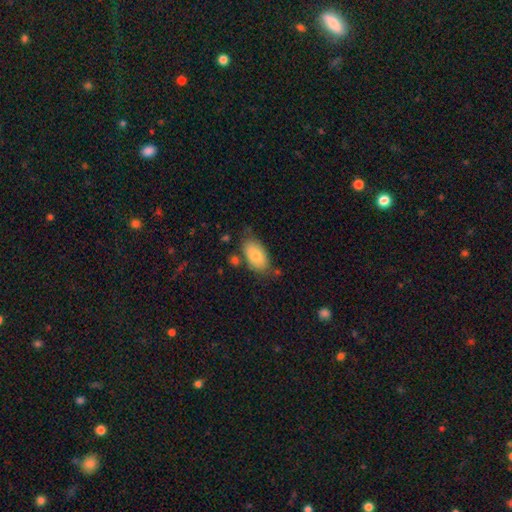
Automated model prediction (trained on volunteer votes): The model was most divided on "merging": none: 70%, minor disturbance: 20%, merger: 6%, major disturbance: 4%. More confident: how rounded — in between (93%); smooth or featured — smooth (77%).